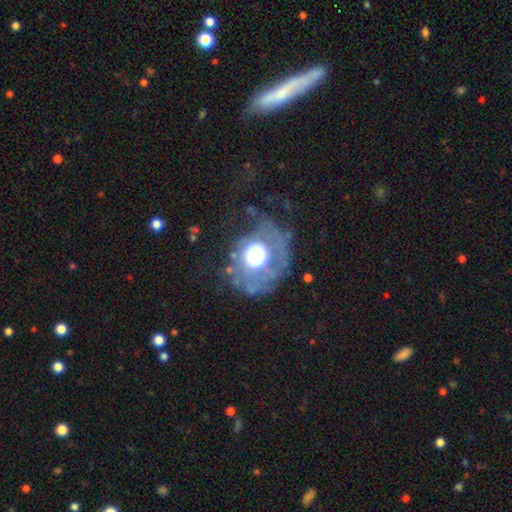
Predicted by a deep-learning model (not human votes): Q: Smooth or featured?
A: featured or disk (54%); runner-up: smooth (36%)
Q: Edge-on disk?
A: no (97%); runner-up: yes (3%)
Q: Bar?
A: no (89%); runner-up: weak (8%)
Q: Spiral arms?
A: no (54%); runner-up: yes (46%)
Q: Bulge size?
A: large (52%); runner-up: dominant (28%)
Q: Merging?
A: major disturbance (40%); runner-up: none (36%)